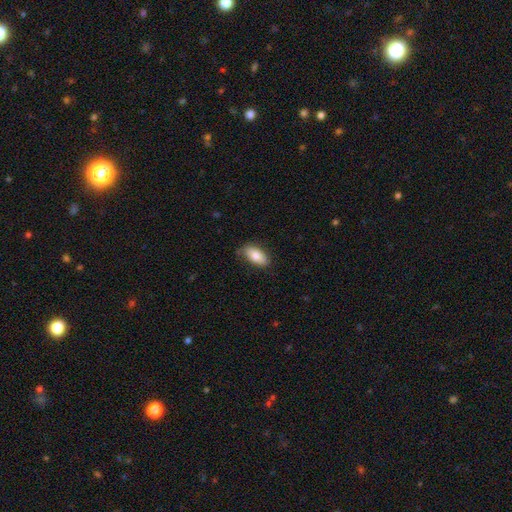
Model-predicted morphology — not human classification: Q: Smooth or featured?
A: smooth (78%); runner-up: featured or disk (16%)
Q: How rounded?
A: in between (91%); runner-up: cigar-shaped (6%)
Q: Merging?
A: none (74%); runner-up: minor disturbance (21%)